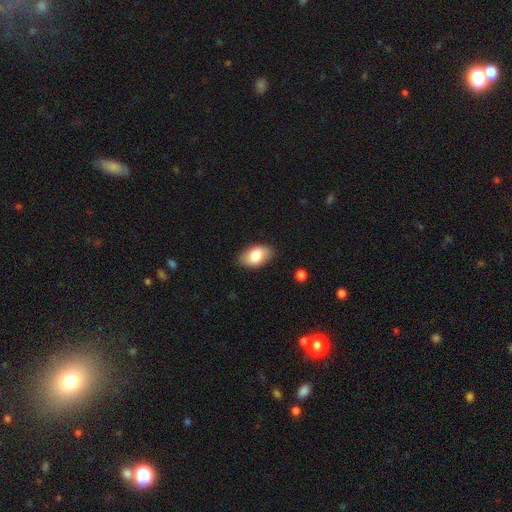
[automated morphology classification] The model was most divided on "smooth or featured": smooth: 79%, featured or disk: 14%, star or artifact: 6%. More confident: how rounded — in between (92%); merging — none (84%).